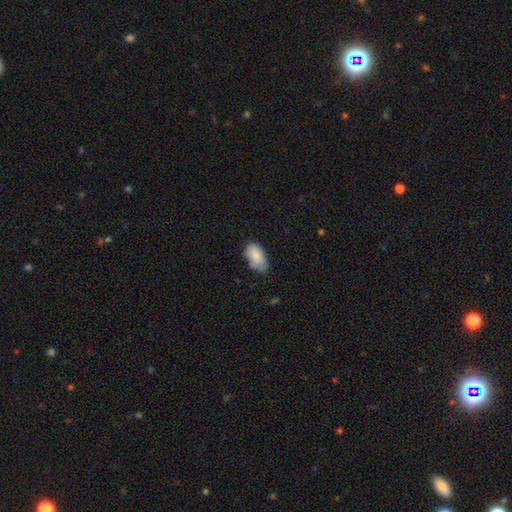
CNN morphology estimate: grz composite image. It shows a smooth galaxy with no disk features (85%) that is in between round and cigar-shaped (94%). Merging: none (60%).